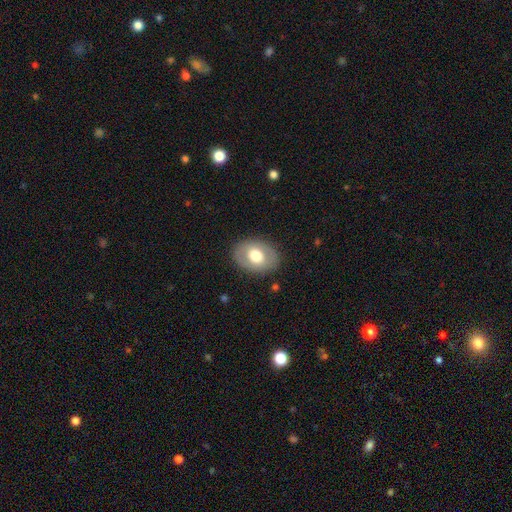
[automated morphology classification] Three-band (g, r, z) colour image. It shows a smooth galaxy with no disk features (58%) that is in between round and cigar-shaped (72%). Merging: none (84%).